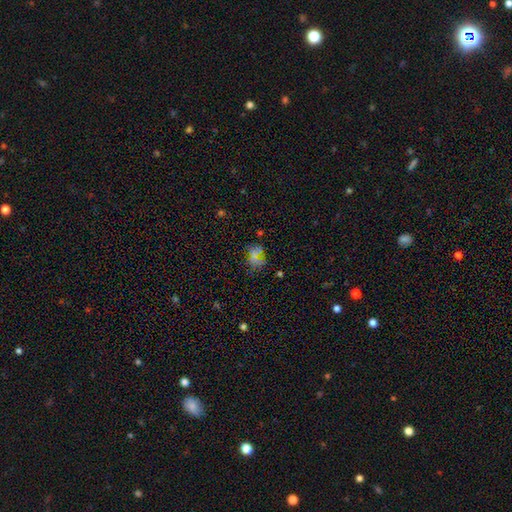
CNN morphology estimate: Q: Smooth or featured?
A: smooth (49%); runner-up: star or artifact (34%)
Q: Merging?
A: none (57%); runner-up: minor disturbance (17%)